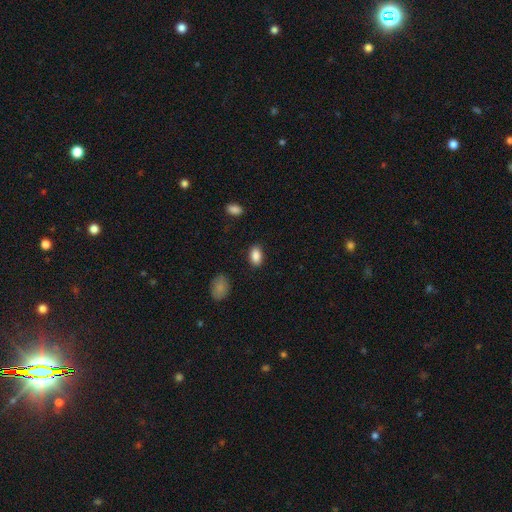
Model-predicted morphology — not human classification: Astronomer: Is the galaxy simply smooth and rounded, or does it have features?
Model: smooth — 88%.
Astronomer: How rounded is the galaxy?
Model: in between — 90%.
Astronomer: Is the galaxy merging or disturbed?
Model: none — 87%.